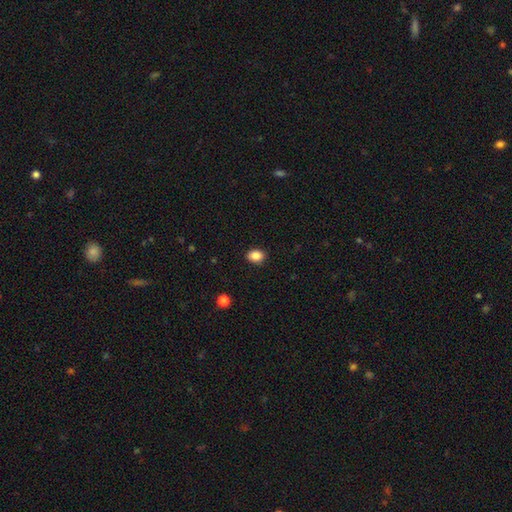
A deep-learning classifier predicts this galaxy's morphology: Q: Smooth or featured?
A: smooth (87%); runner-up: star or artifact (9%)
Q: How rounded?
A: in between (60%); runner-up: round (39%)
Q: Merging?
A: none (89%); runner-up: minor disturbance (8%)